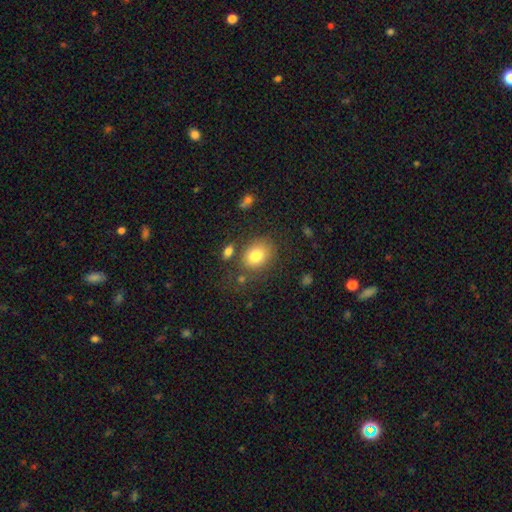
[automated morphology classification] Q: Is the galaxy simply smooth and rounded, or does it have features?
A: smooth — 80%.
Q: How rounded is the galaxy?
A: in between — 57%.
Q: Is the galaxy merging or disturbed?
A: none — 71%.